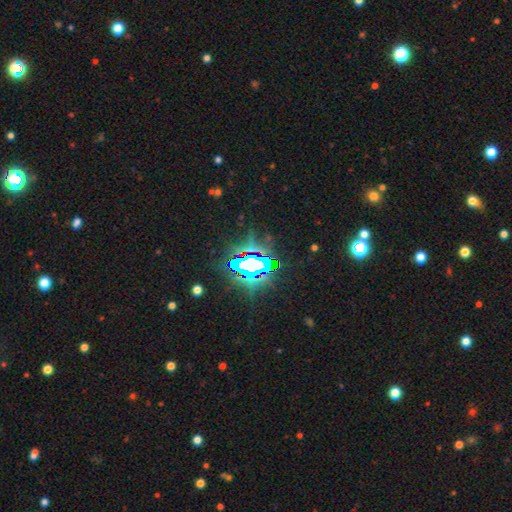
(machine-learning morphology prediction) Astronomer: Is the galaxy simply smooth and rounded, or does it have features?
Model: star or artifact — 82%.